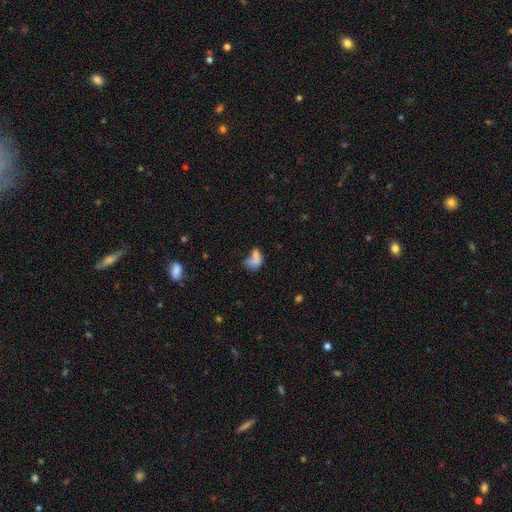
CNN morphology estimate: Smooth or featured? Predicted: smooth (p=0.67). How rounded? Predicted: in between (p=0.80). Merging? Predicted: merger (p=0.32).